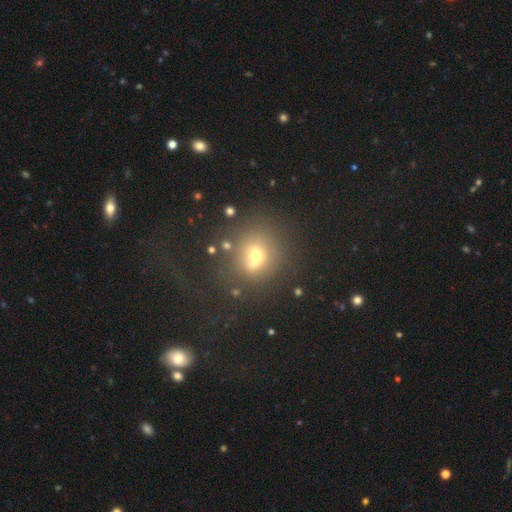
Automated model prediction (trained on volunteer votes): This is possibly a smooth galaxy (58%). How rounded: clearly round (81%). Merging: possibly none (51%).